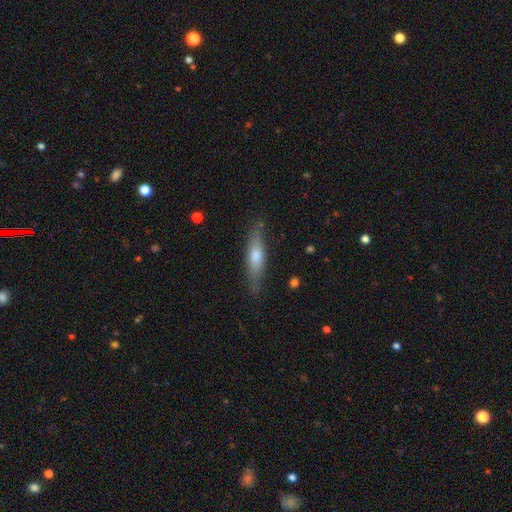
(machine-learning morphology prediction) This is possibly a smooth galaxy (52%). How rounded: likely cigar-shaped (75%). Merging: clearly none (82%).